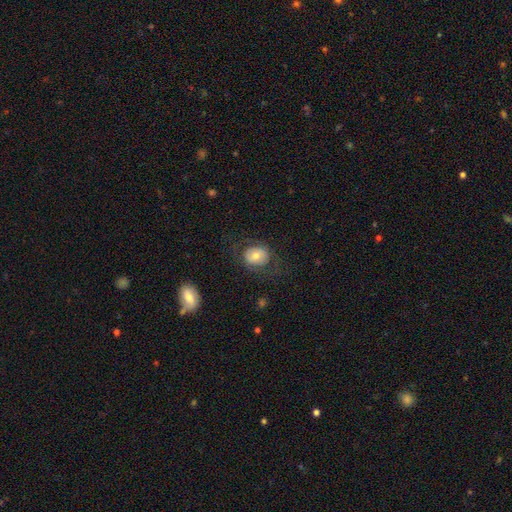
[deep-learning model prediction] Smooth or featured: smooth — 62% (featured or disk — 30%)
How rounded: round — 58% (in between — 41%)
Merging: none — 69% (major disturbance — 15%)